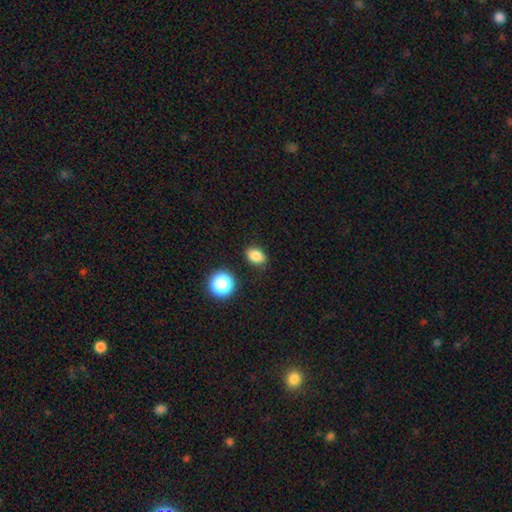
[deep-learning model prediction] smooth 82%, star or artifact 12%, featured or disk 6%. Down the decision tree: how rounded — in between (73%); merging — none (86%).